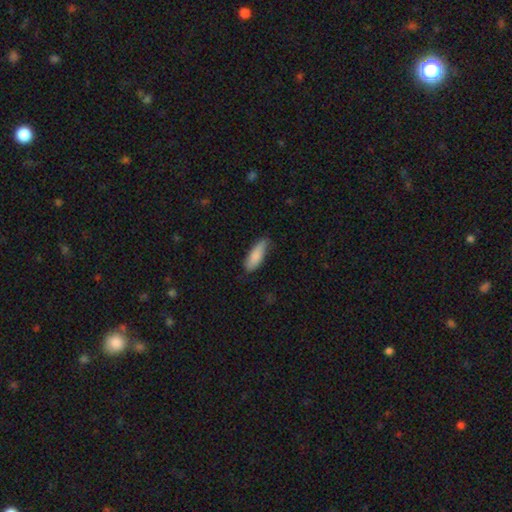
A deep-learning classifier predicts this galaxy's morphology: Q: Smooth or featured?
A: smooth (86%); runner-up: featured or disk (8%)
Q: How rounded?
A: in between (54%); runner-up: cigar-shaped (45%)
Q: Merging?
A: none (76%); runner-up: minor disturbance (20%)